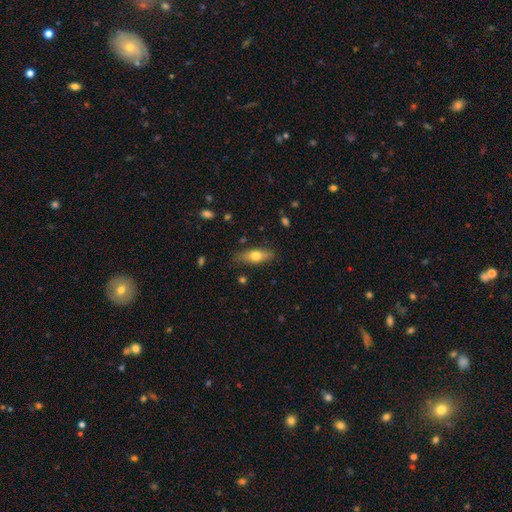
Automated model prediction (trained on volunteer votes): Overall: smooth (62%; featured or disk 31%). How rounded: in between (59%; cigar-shaped 37%). Merging: none (83%).